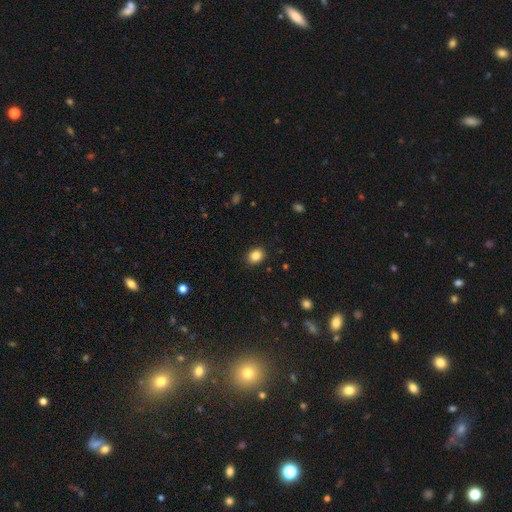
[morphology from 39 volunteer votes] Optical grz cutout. It shows a smooth galaxy with no disk features (87%) that is round (59%). Merging: none (92%).